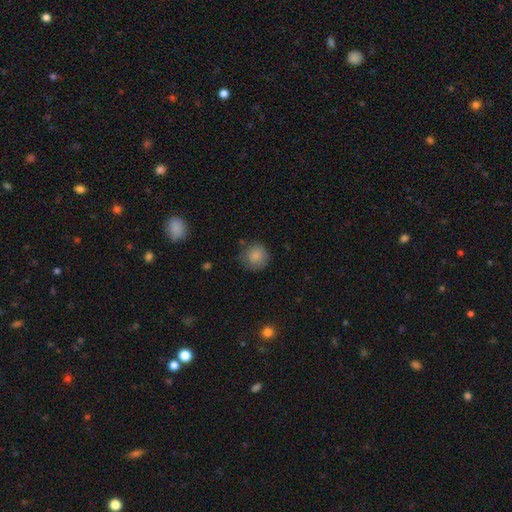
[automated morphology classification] The model was most divided on "merging": none: 74%, minor disturbance: 19%, major disturbance: 5%, merger: 2%. More confident: how rounded — round (92%); smooth or featured — smooth (86%).